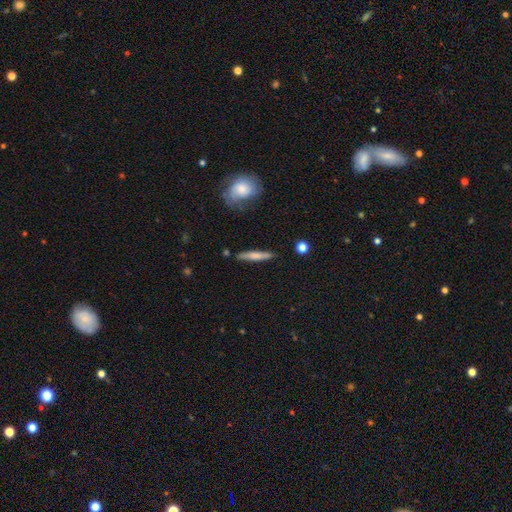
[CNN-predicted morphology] smooth 63%, featured or disk 31%, star or artifact 6%. Down the decision tree: how rounded — cigar-shaped (92%); merging — none (85%).